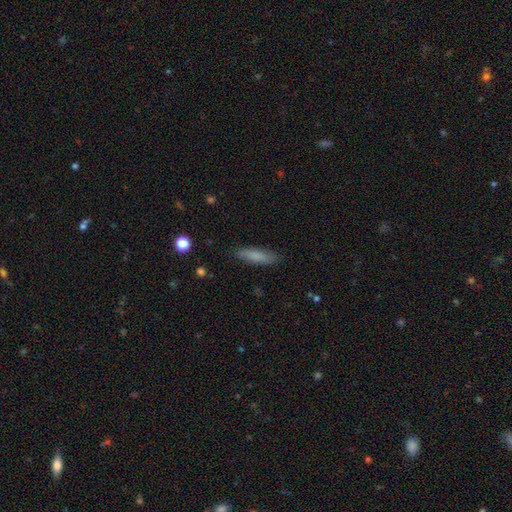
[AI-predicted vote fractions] Smooth or featured? Predicted: smooth (p=0.80). How rounded? Predicted: cigar-shaped (p=0.69). Merging? Predicted: none (p=0.85).